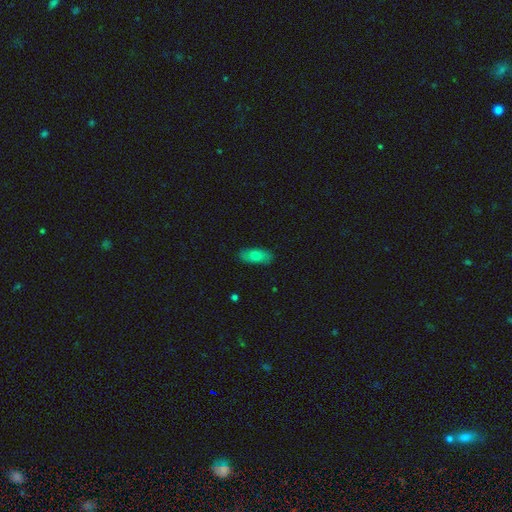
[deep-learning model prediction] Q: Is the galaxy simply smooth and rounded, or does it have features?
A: smooth — 76%.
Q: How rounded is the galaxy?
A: in between — 82%.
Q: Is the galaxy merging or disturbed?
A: none — 86%.